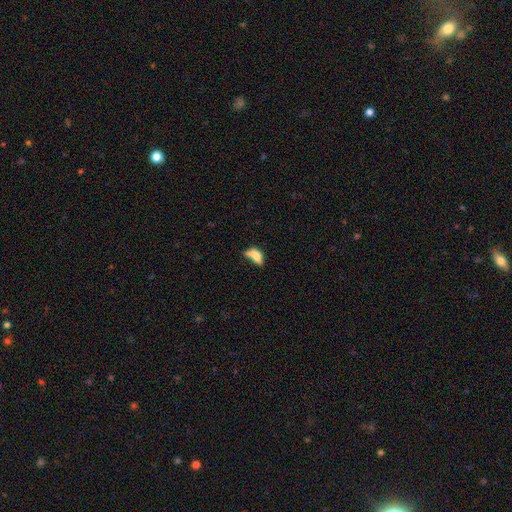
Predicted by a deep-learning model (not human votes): Smooth or featured: smooth — 64% (featured or disk — 25%)
How rounded: in between — 78% (cigar-shaped — 14%)
Merging: major disturbance — 31% (none — 24%)